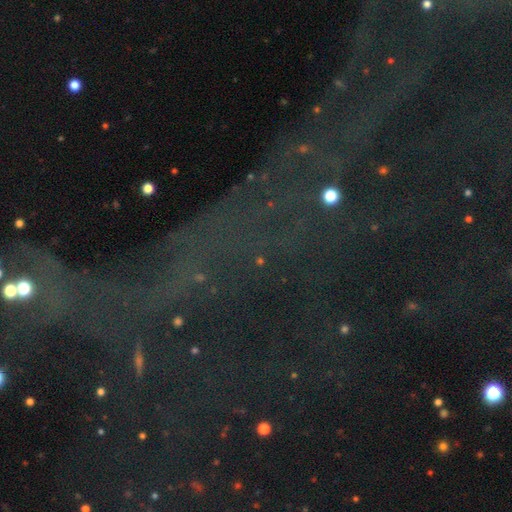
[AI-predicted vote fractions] A star or artifact, not a galaxy (78%).

Vote fractions:
- Smooth or featured? star or artifact: 78% / featured or disk: 11% / smooth: 10%